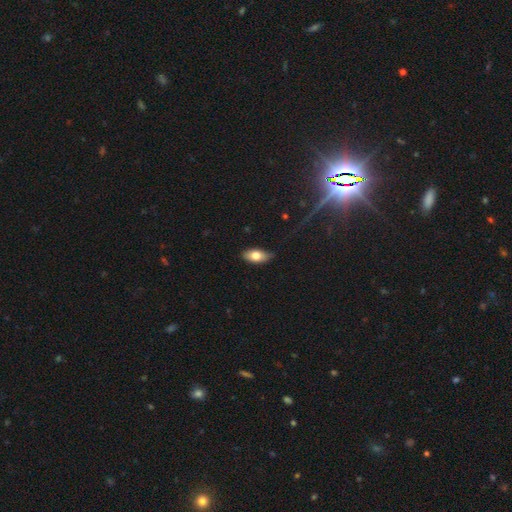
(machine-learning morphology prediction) This is likely a smooth galaxy (75%). How rounded: clearly in between (90%). Merging: likely none (80%).